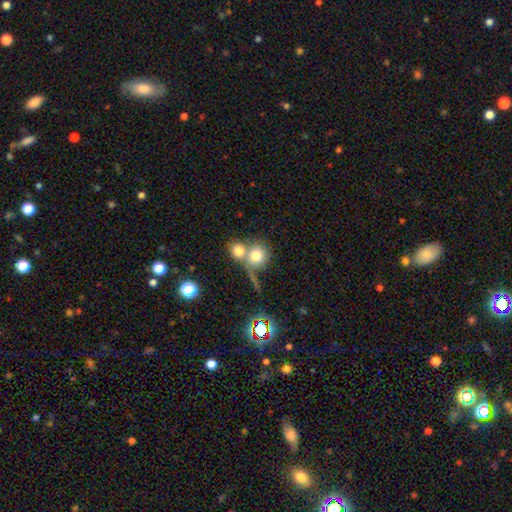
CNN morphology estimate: smooth 74%, featured or disk 15%, star or artifact 11%. Down the decision tree: how rounded — round (82%); merging — merger (53%).